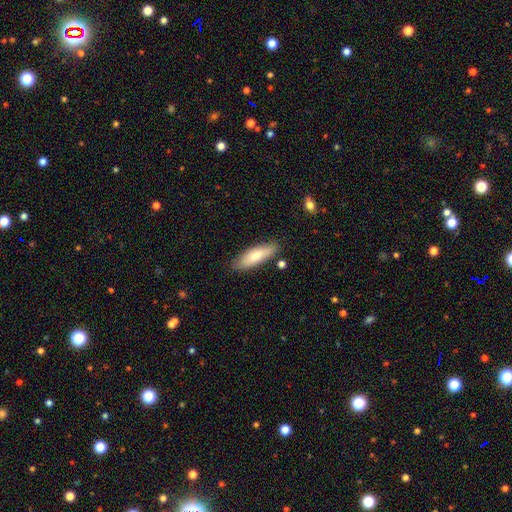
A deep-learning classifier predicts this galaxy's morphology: smooth 76%, featured or disk 18%, star or artifact 6%. Down the decision tree: how rounded — cigar-shaped (49%, tied with in between); merging — none (80%).